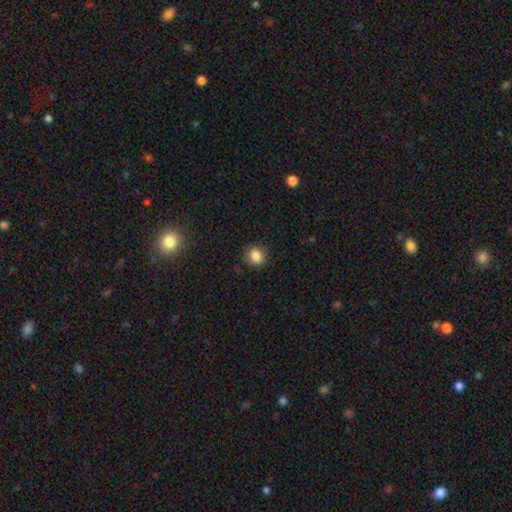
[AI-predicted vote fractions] The model was most divided on "how rounded": round: 85%, in between: 14%, cigar-shaped: 1%. More confident: merging — none (88%); smooth or featured — smooth (85%).